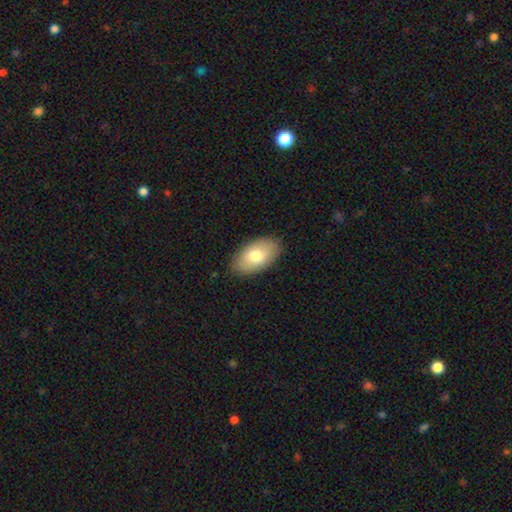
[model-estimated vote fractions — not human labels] Smooth or featured? Predicted: smooth (p=0.76). How rounded? Predicted: in between (p=0.94). Merging? Predicted: none (p=0.86).